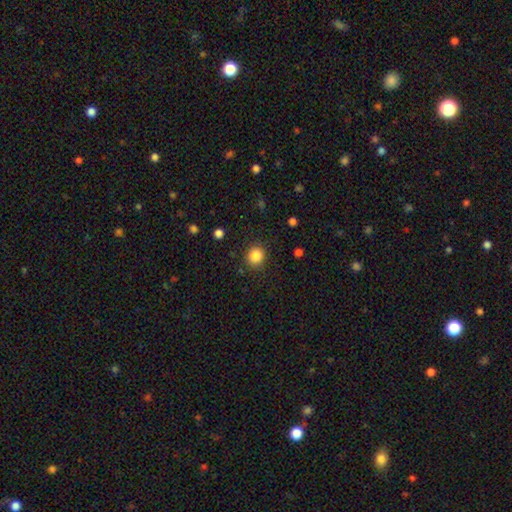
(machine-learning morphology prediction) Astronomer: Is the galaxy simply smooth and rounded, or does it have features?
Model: smooth — 85%.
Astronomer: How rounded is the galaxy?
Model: round — 85%.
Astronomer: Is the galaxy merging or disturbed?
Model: none — 87%.